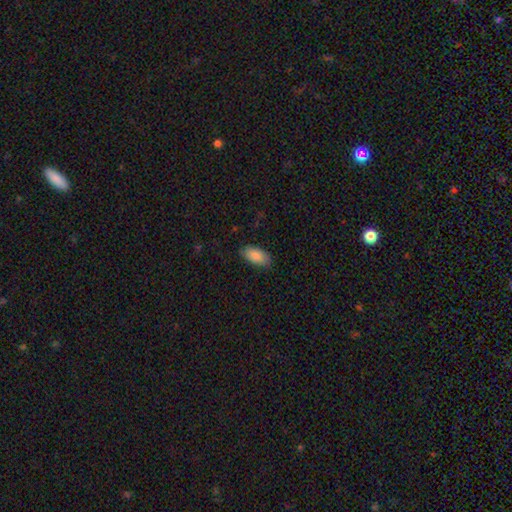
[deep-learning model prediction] Smooth or featured?
  - smooth: 87% *
  - featured or disk: 7%
  - star or artifact: 6%
How rounded?
  - in between: 93% *
  - cigar-shaped: 4%
  - round: 2%
Merging?
  - none: 82% *
  - minor disturbance: 15%
  - major disturbance: 3%
  - merger: 1%